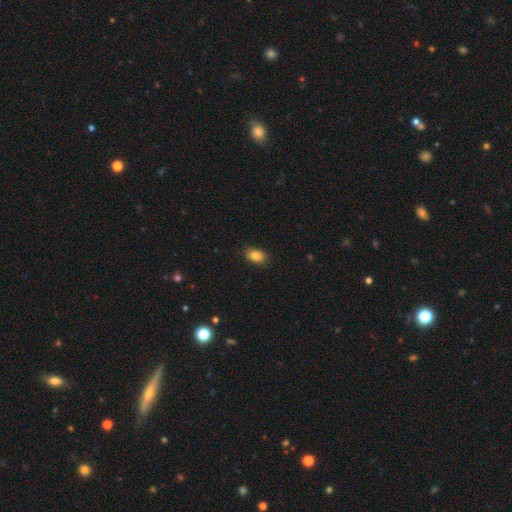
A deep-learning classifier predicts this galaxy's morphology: Overall: smooth (85%). How rounded: in between (82%). Merging: none (87%).